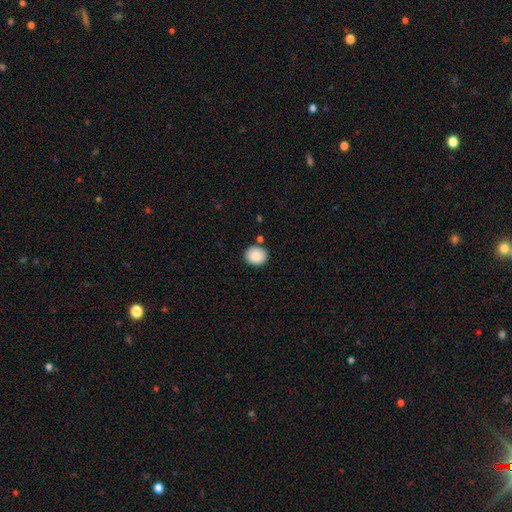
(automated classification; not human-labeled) smooth_or_featured: smooth (p=0.88) [alt: star or artifact p=0.08]
how_rounded: round (p=0.79) [alt: in between p=0.20]
merging: none (p=0.83) [alt: minor disturbance p=0.09]